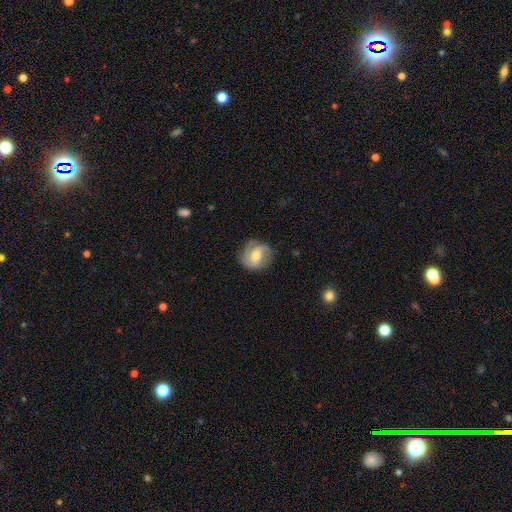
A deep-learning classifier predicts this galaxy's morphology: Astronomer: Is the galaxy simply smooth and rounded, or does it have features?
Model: featured or disk — 62%.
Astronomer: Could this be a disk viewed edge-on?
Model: no — 97%.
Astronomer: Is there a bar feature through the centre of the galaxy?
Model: weak — 43% (runner-up: no, 37%).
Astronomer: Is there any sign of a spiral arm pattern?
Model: yes — 87%.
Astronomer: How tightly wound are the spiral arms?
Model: medium — 43% (runner-up: loose, 29%).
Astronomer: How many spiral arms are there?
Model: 2 — 63%.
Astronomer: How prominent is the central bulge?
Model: moderate — 62%.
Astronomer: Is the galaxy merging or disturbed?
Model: none — 74%.